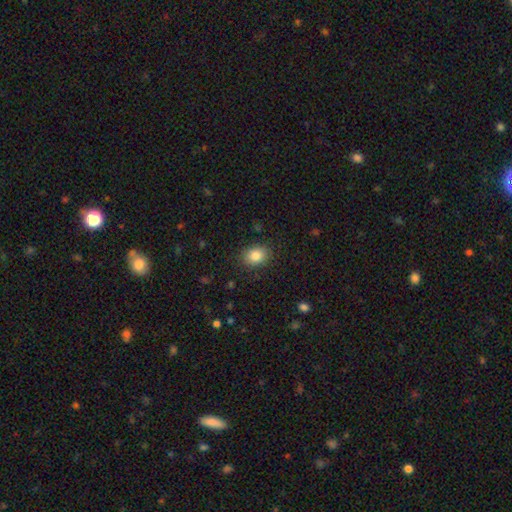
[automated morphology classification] The model was most divided on "how rounded": in between: 65%, round: 34%, cigar-shaped: 1%. More confident: merging — none (86%); smooth or featured — smooth (85%).